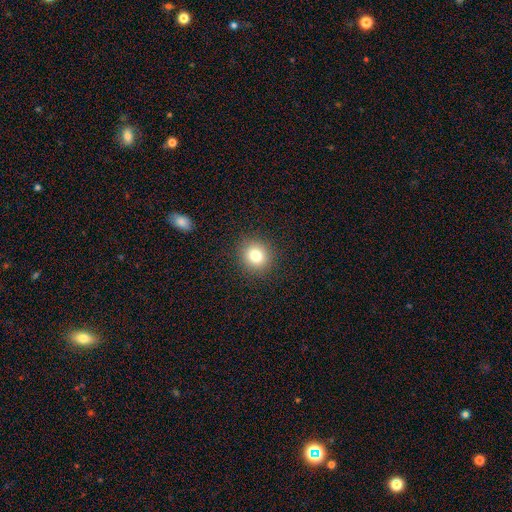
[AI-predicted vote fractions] A smooth galaxy with no disk features (79%) that is round (88%). Merging: none (90%).